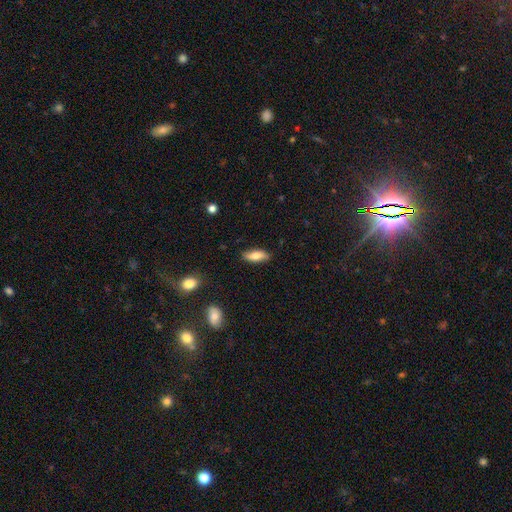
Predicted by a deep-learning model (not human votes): smooth-or-featured: smooth: 74% | featured or disk: 19% | star or artifact: 7%
  how-rounded: in between: 69% | cigar-shaped: 28% | round: 3%
  merging: none: 83% | minor disturbance: 13% | major disturbance: 2% | merger: 1%